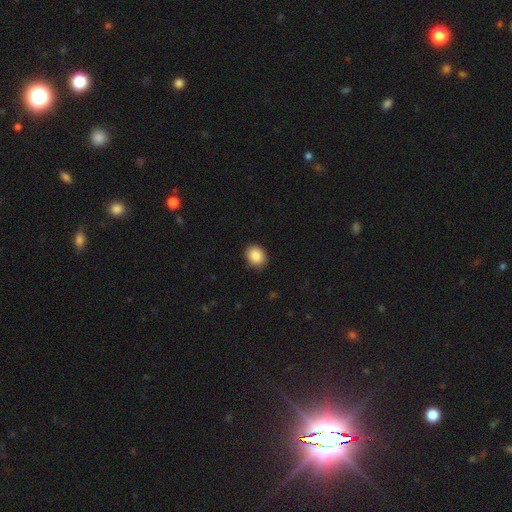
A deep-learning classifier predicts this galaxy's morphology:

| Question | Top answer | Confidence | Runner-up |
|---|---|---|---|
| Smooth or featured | smooth | 87% | star or artifact (8%) |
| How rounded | round | 57% | in between (42%) |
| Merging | none | 89% | minor disturbance (8%) |